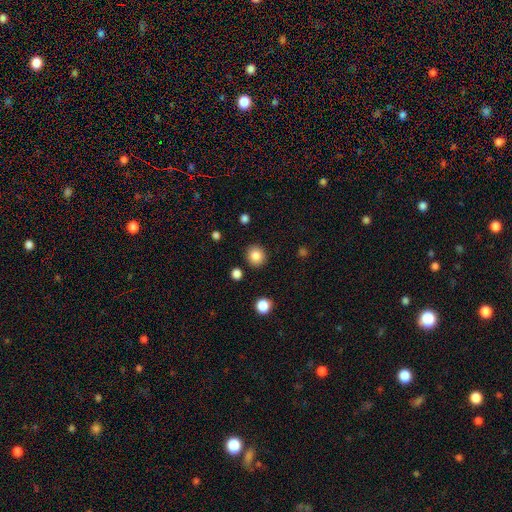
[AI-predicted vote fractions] Smooth or featured?
  - smooth: 85% *
  - star or artifact: 10%
  - featured or disk: 5%
How rounded?
  - round: 88% *
  - in between: 11%
  - cigar-shaped: 1%
Merging?
  - none: 89% *
  - minor disturbance: 7%
  - major disturbance: 2%
  - merger: 2%